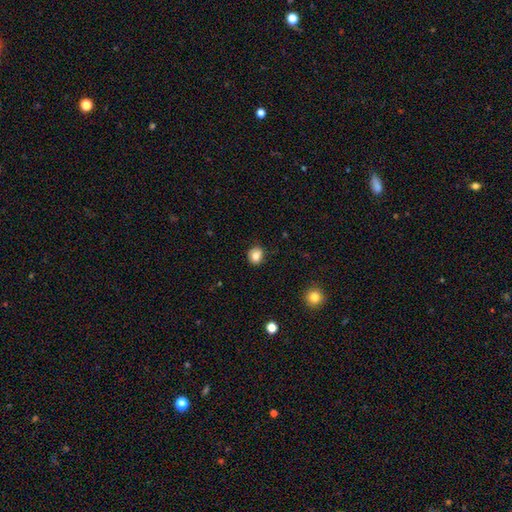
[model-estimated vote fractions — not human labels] smooth-or-featured: smooth: 82% | star or artifact: 10% | featured or disk: 8%
  how-rounded: round: 70% | in between: 29% | cigar-shaped: 1%
  merging: none: 80% | minor disturbance: 16% | major disturbance: 3% | merger: 1%